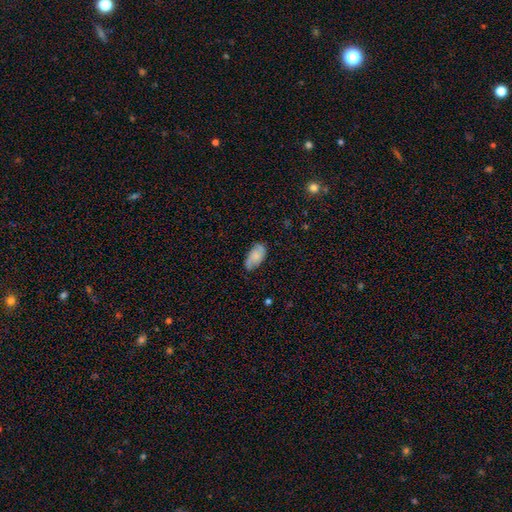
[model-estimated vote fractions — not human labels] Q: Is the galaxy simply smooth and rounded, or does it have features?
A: smooth — 59%.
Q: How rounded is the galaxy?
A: in between — 93%.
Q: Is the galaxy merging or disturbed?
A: none — 65%.